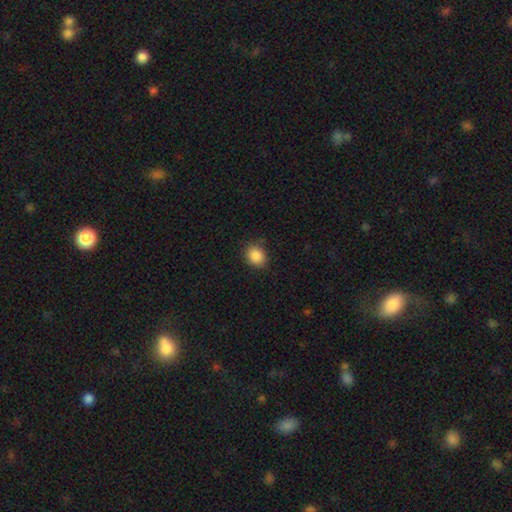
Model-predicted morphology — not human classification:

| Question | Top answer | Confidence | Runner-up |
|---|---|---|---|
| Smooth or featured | smooth | 88% | star or artifact (9%) |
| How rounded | round | 53% | in between (46%) |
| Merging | none | 82% | minor disturbance (14%) |